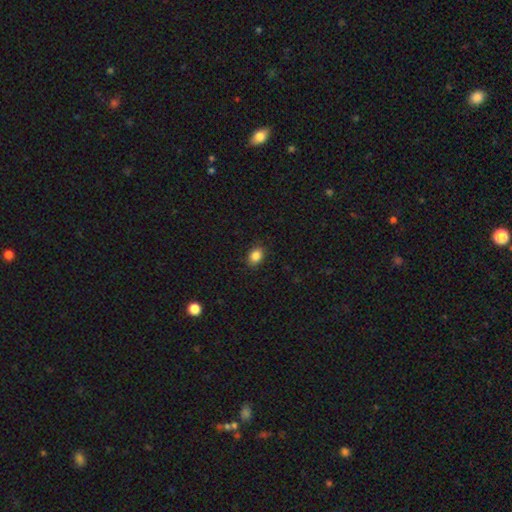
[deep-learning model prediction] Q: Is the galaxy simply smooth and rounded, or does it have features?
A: smooth — 86%.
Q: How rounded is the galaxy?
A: in between — 60%.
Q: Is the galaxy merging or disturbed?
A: none — 88%.